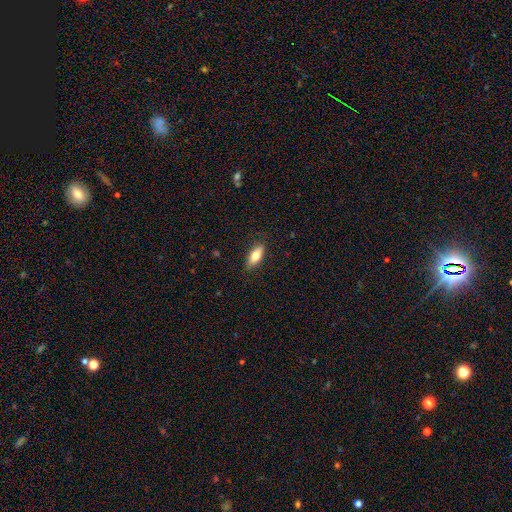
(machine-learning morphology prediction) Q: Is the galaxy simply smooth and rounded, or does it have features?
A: smooth — 74%.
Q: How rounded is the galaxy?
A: in between — 76%.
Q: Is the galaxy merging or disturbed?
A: none — 86%.